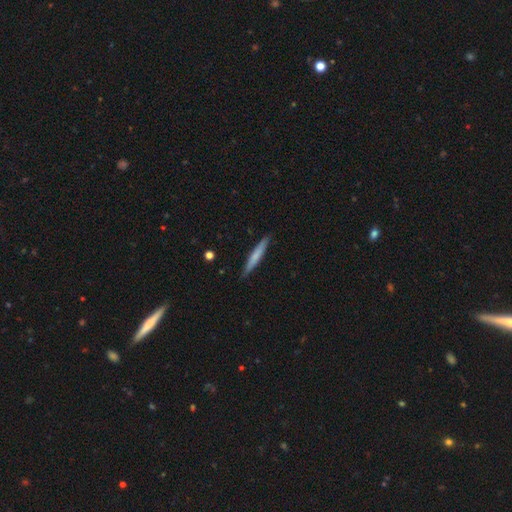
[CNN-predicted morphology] A smooth galaxy with no disk features (64%) that is cigar-shaped (95%). Merging: none (90%).